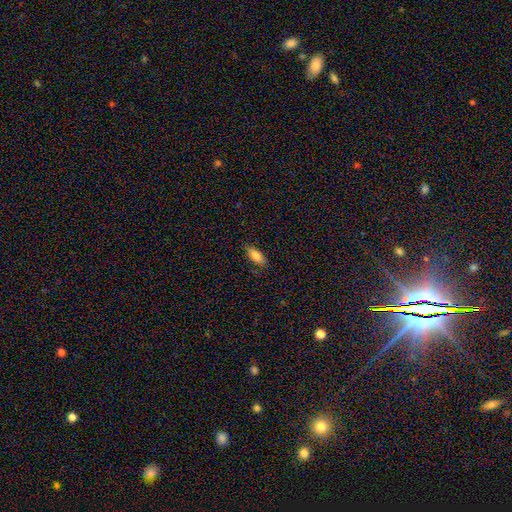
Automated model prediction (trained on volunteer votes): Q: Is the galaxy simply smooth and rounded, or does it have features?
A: smooth — 82%.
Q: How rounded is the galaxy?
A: in between — 80%.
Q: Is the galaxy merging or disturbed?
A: none — 78%.